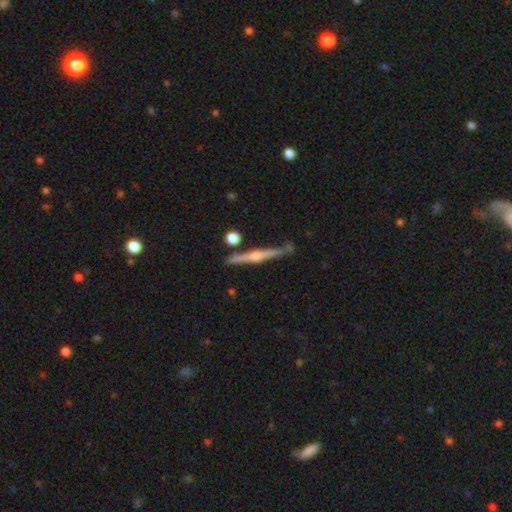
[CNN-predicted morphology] The model was most divided on "smooth or featured": featured or disk: 79%, smooth: 15%, star or artifact: 6%. More confident: edge-on disk — yes (97%); edge-on bulge — rounded (84%); merging — none (82%).